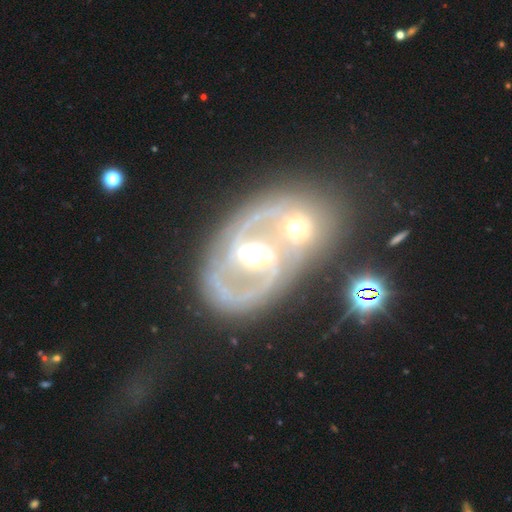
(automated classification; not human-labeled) smooth-or-featured: featured or disk: 83% | smooth: 11% | star or artifact: 6%
  disk-edge-on: no: 96% | yes: 4%
    bar: weak: 37% | no: 36% | strong: 27%
    has-spiral-arms: yes: 76% | no: 24%
      spiral-winding: medium: 45% | tight: 35% | loose: 20%
      spiral-arm-count: 2: 73% | can't tell: 12% | 1: 9% | 3: 3% | 4: 1% | more than 4: 1%
    bulge-size: moderate: 68% | small: 18% | large: 10% | none: 2% | dominant: 2%
  merging: merger: 49% | none: 30% | minor disturbance: 11% | major disturbance: 10%